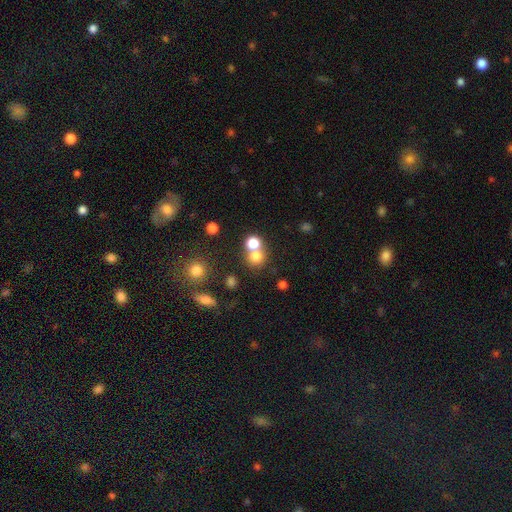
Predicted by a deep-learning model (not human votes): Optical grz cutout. It shows a smooth galaxy with no disk features (74%) that is round (84%). Merging: none (48%).